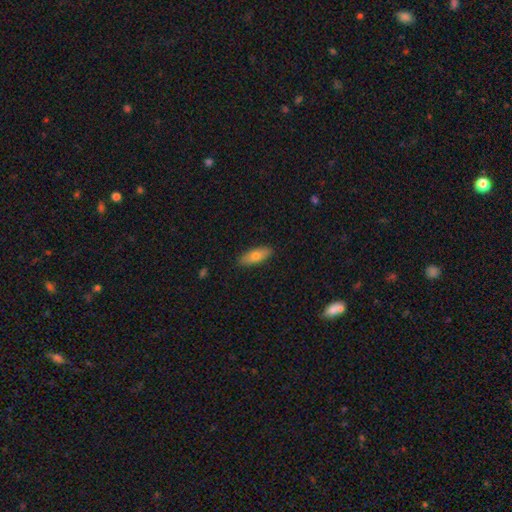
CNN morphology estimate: Smooth or featured: smooth — 74% (featured or disk — 20%)
How rounded: in between — 68% (cigar-shaped — 30%)
Merging: none — 89% (minor disturbance — 8%)